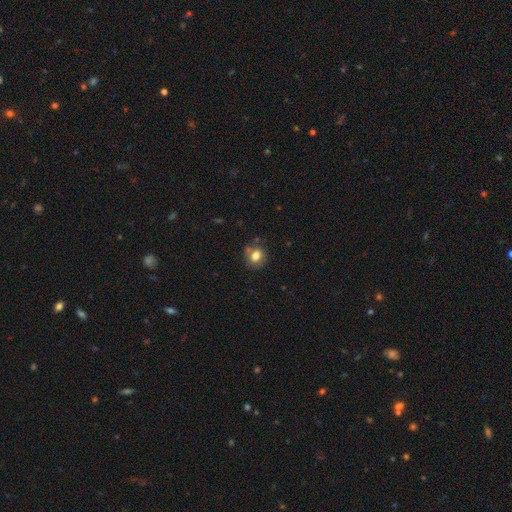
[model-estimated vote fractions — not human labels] Smooth or featured?
  - smooth: 77% *
  - featured or disk: 12%
  - star or artifact: 10%
How rounded?
  - round: 63% *
  - in between: 36%
  - cigar-shaped: 1%
Merging?
  - none: 70% *
  - minor disturbance: 17%
  - merger: 8%
  - major disturbance: 5%